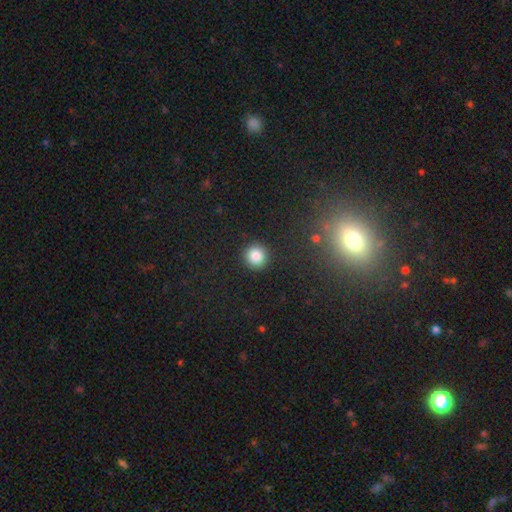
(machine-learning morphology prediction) This is clearly a smooth galaxy (85%). How rounded: clearly round (93%). Merging: clearly none (92%).